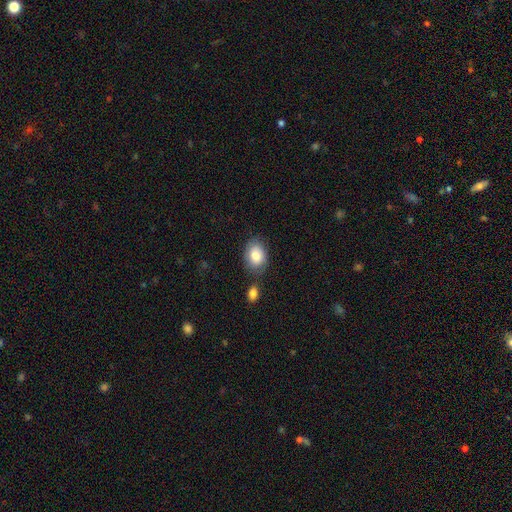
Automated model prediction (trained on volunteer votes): Overall: smooth (80%). How rounded: in between (67%; round 32%). Merging: none (71%).